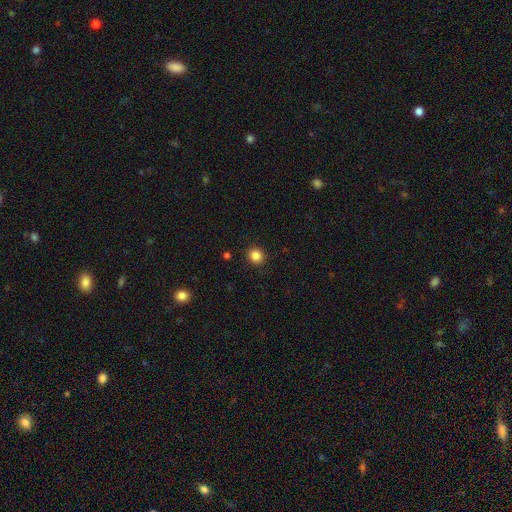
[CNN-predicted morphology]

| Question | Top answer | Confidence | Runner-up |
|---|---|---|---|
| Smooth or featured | smooth | 85% | star or artifact (11%) |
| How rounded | round | 86% | in between (13%) |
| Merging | none | 92% | minor disturbance (5%) |